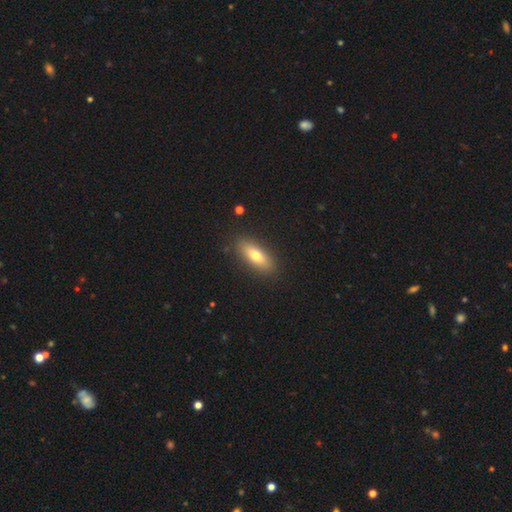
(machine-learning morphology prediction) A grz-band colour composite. It shows a smooth galaxy with no disk features (71%) that is in between round and cigar-shaped (72%). Merging: none (88%).